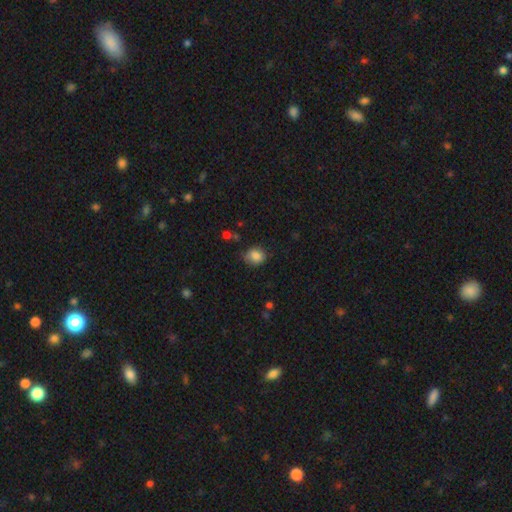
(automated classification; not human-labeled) This appears to be a smooth galaxy with no disk features (84%) that is round (65%). Merging: none (71%).